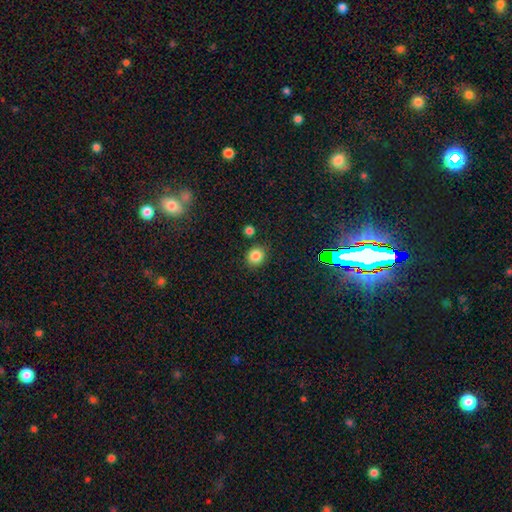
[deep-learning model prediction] A smooth galaxy with no disk features (84%) that is round (80%).

Vote fractions:
- Smooth or featured? smooth: 84% / star or artifact: 12% / featured or disk: 4%
- How rounded? round: 80% / in between: 19% / cigar-shaped: 1%
- Merging? none: 84% / minor disturbance: 9% / merger: 4% / major disturbance: 3%